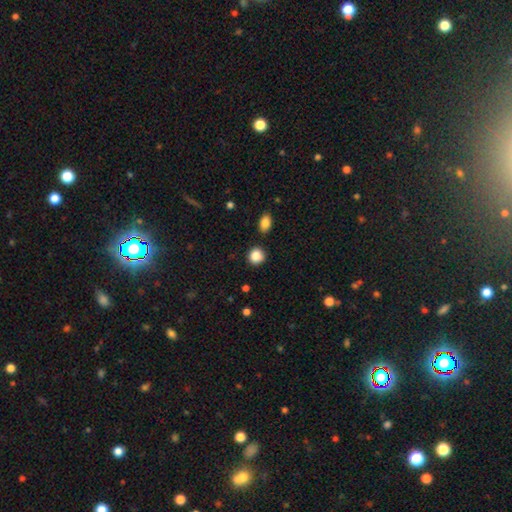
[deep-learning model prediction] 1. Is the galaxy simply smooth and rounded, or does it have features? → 87% smooth, 9% star or artifact, 4% featured or disk.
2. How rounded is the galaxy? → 85% round, 14% in between, 1% cigar-shaped.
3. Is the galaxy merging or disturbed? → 86% none, 9% minor disturbance, 3% merger, 2% major disturbance.